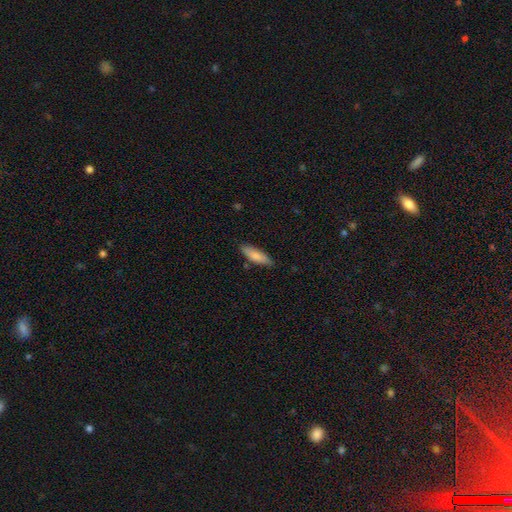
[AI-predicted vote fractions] Smooth or featured: smooth — 80% (featured or disk — 15%)
How rounded: cigar-shaped — 54% (in between — 44%)
Merging: none — 83% (minor disturbance — 13%)